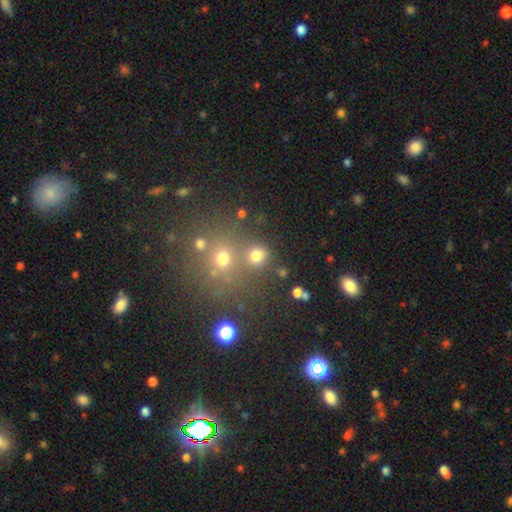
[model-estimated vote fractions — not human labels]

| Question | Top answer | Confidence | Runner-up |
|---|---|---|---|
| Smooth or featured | smooth | 72% | star or artifact (19%) |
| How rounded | round | 80% | in between (19%) |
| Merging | none | 62% | merger (23%) |